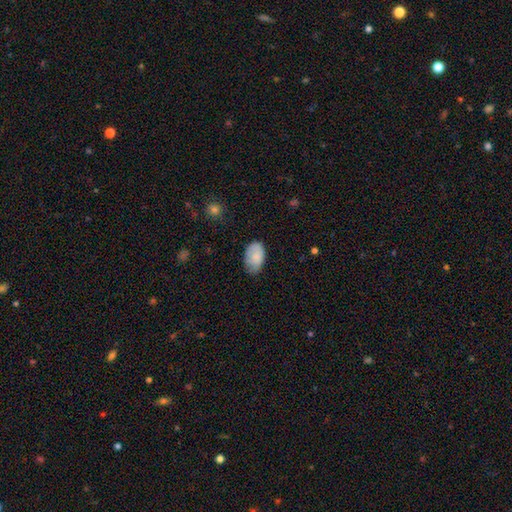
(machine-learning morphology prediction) Smooth or featured? Predicted: smooth (p=0.81). How rounded? Predicted: in between (p=0.92). Merging? Predicted: none (p=0.56).